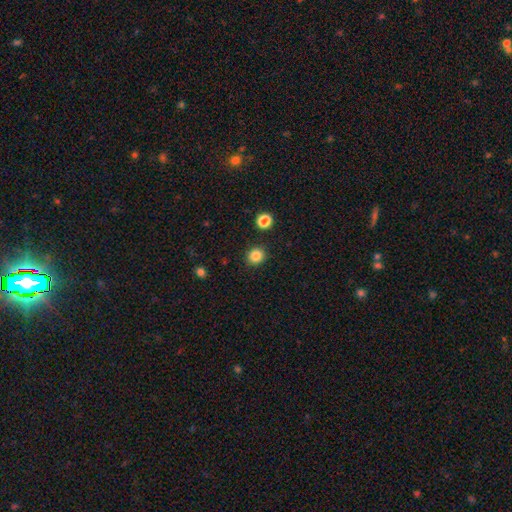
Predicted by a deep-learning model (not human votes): This appears to be a smooth galaxy with no disk features (85%) that is round (84%). Merging: none (89%).